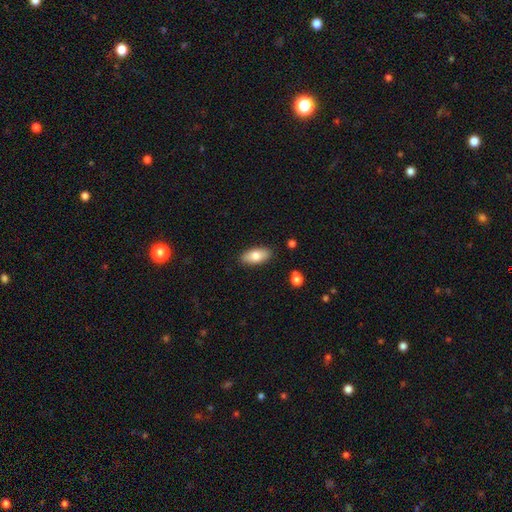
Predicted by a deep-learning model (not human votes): Smooth or featured: smooth — 78% (featured or disk — 16%)
How rounded: in between — 88% (cigar-shaped — 10%)
Merging: none — 87% (minor disturbance — 9%)